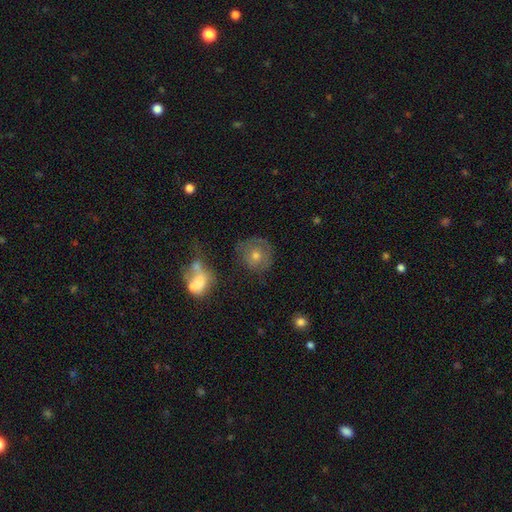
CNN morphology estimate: smooth-or-featured: smooth: 46% | featured or disk: 41% | star or artifact: 13%
  merging: none: 64% | minor disturbance: 19% | major disturbance: 12% | merger: 5%